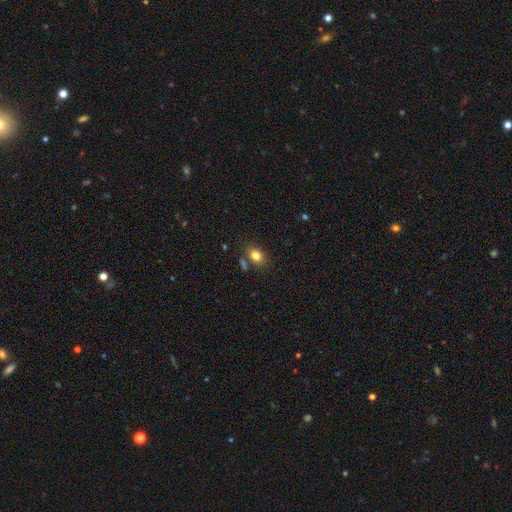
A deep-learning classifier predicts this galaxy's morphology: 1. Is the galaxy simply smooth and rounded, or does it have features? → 80% smooth, 11% star or artifact, 9% featured or disk.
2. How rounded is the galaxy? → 67% in between, 31% round, 2% cigar-shaped.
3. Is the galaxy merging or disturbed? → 73% none, 13% minor disturbance, 10% merger, 4% major disturbance.